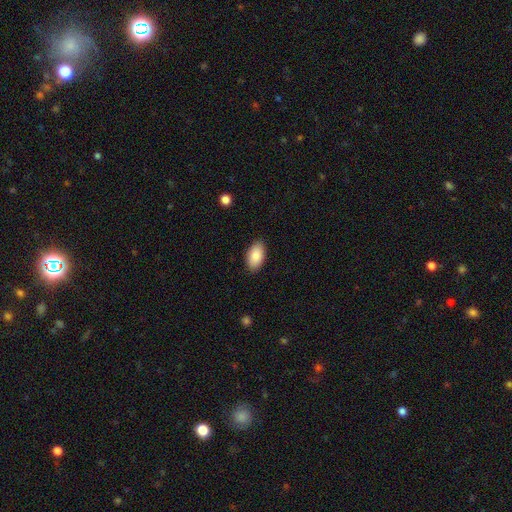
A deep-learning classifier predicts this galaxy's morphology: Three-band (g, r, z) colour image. It shows a smooth galaxy with no disk features (87%) that is in between round and cigar-shaped (95%). Merging: none (88%).